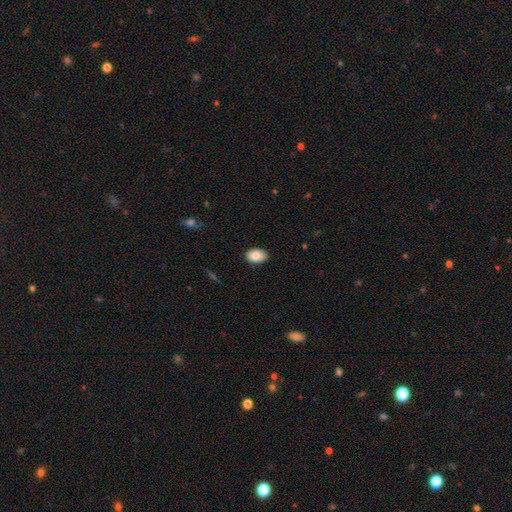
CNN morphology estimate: type=smooth (86%); roundness=in between (87%); merging=none (86%).